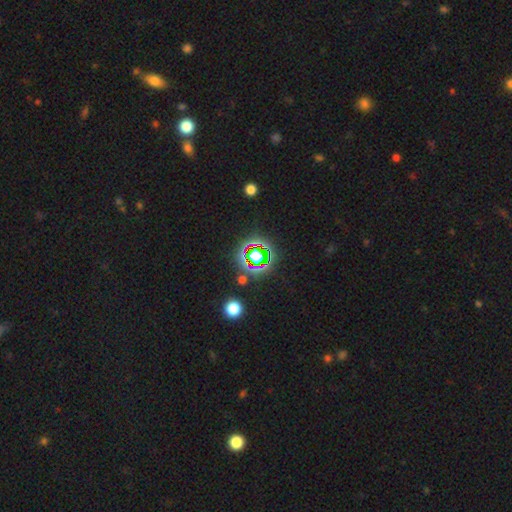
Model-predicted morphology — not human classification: Smooth or featured: star or artifact — 69% (smooth — 19%)